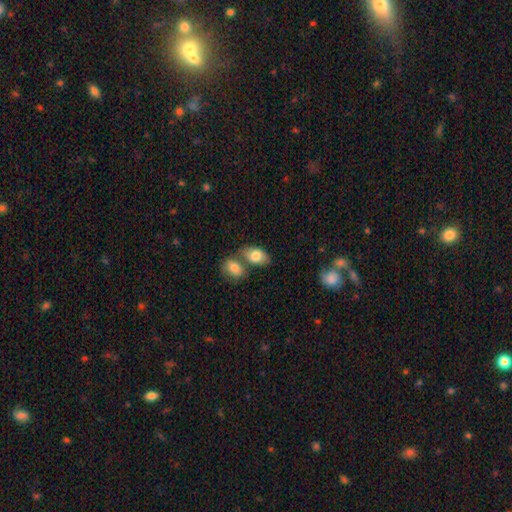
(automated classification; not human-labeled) Smooth or featured: smooth — 81% (featured or disk — 12%)
How rounded: in between — 88% (round — 10%)
Merging: none — 44% (merger — 40%)